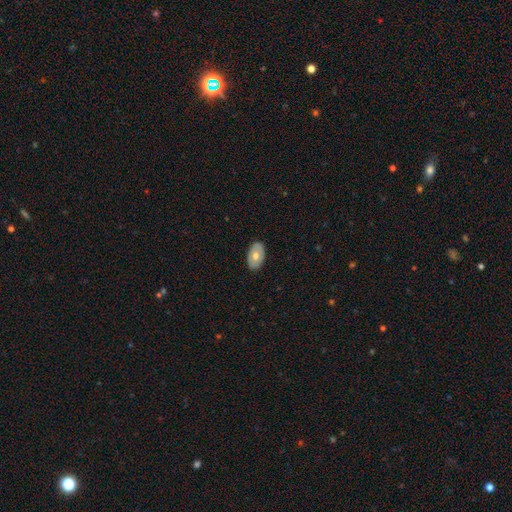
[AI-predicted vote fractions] smooth_or_featured: smooth (p=0.54) [alt: featured or disk p=0.40]
how_rounded: in between (p=0.90) [alt: round p=0.08]
merging: none (p=0.86) [alt: minor disturbance p=0.11]